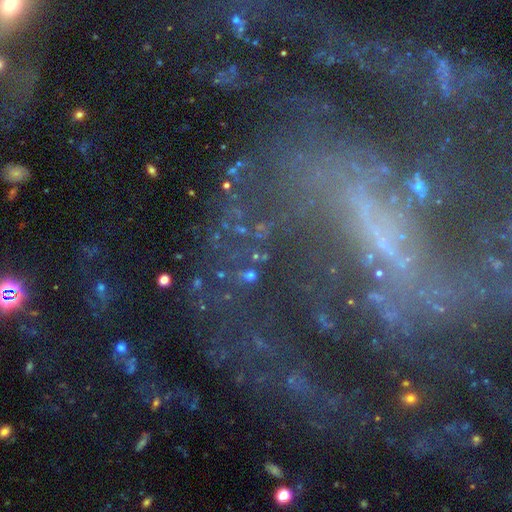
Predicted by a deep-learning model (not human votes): Smooth or featured?
  - featured or disk: 60% *
  - star or artifact: 28%
  - smooth: 12%
Edge-on disk?
  - no: 89% *
  - yes: 11%
Bar?
  - no: 37% *
  - strong: 35%
  - weak: 28%
Spiral arms?
  - yes: 66% *
  - no: 34%
Bulge size?
  - small: 39% *
  - none: 38%
  - moderate: 16%
  - large: 4%
  - dominant: 3%
Merging?
  - none: 54% *
  - major disturbance: 24%
  - minor disturbance: 16%
  - merger: 6%